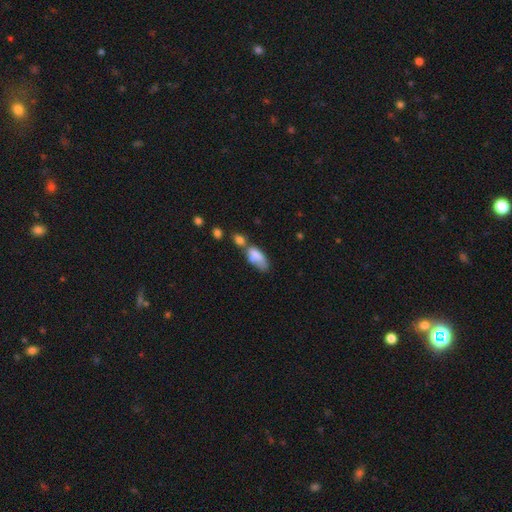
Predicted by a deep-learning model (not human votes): A smooth galaxy with no disk features (72%) that is in between round and cigar-shaped (82%).

Vote fractions:
- Smooth or featured? smooth: 72% / featured or disk: 19% / star or artifact: 9%
- How rounded? in between: 82% / cigar-shaped: 14% / round: 4%
- Merging? merger: 39% / none: 25% / minor disturbance: 21% / major disturbance: 15%